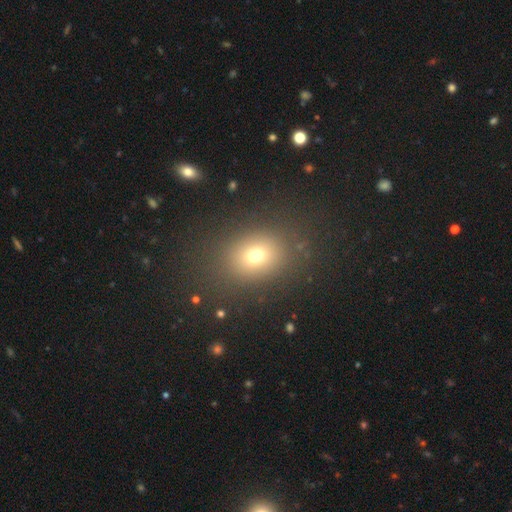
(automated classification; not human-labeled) Overall: smooth (71%). How rounded: round (50%; in between 49%). Merging: none (84%).